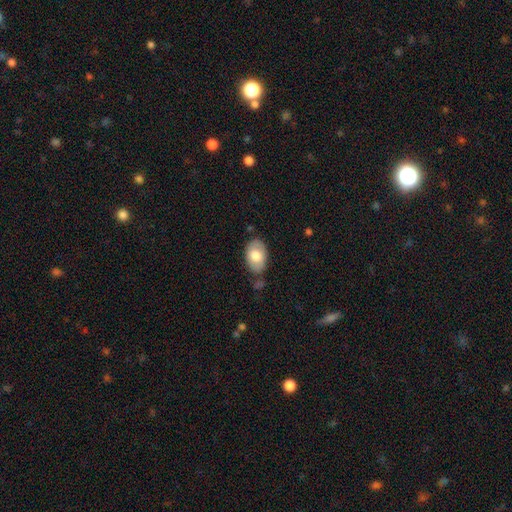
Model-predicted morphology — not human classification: smooth_or_featured: smooth (p=0.74) [alt: featured or disk p=0.20]
how_rounded: in between (p=0.91) [alt: round p=0.08]
merging: none (p=0.73) [alt: minor disturbance p=0.18]